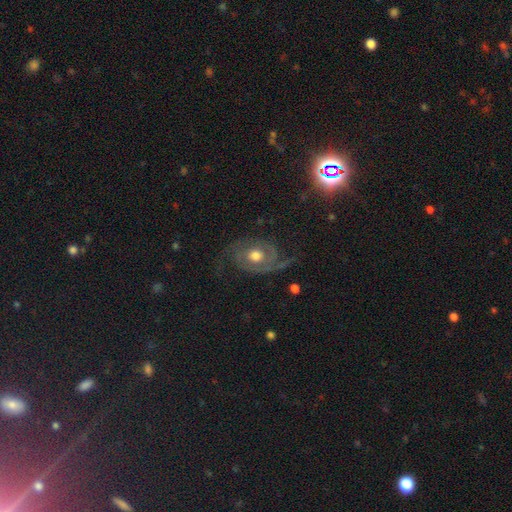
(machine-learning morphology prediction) This is clearly a featured or disk galaxy (82%). It is clearly not viewed edge-on (97%). Bar: likely no (78%). Spiral arm pattern: clearly yes (92%). Spiral arm count: likely 2 (71%). Spiral winding: marginally medium (43%). Central bulge: likely moderate (72%). Merging: likely none (61%).